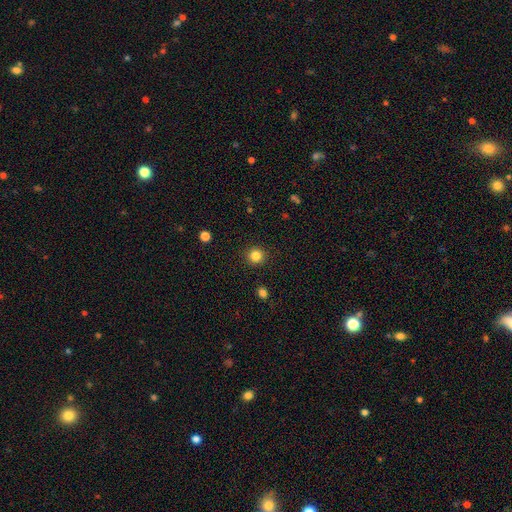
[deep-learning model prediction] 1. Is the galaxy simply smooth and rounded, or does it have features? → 83% smooth, 12% star or artifact, 5% featured or disk.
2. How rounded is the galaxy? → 93% round, 6% in between, 1% cigar-shaped.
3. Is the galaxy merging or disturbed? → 92% none, 5% minor disturbance, 2% major disturbance, 1% merger.